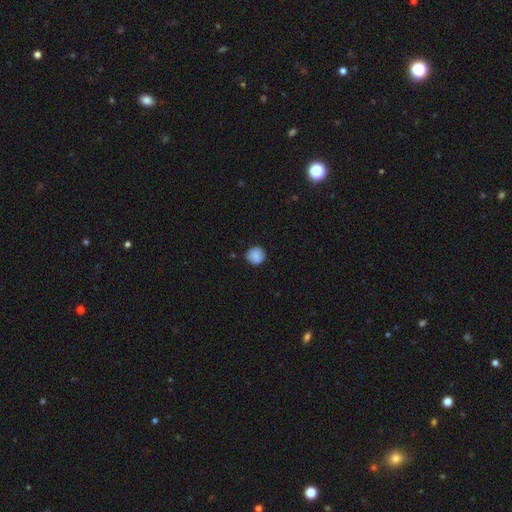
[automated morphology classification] Smooth or featured? smooth (85%)
How rounded? round (92%)
Merging? none (84%)